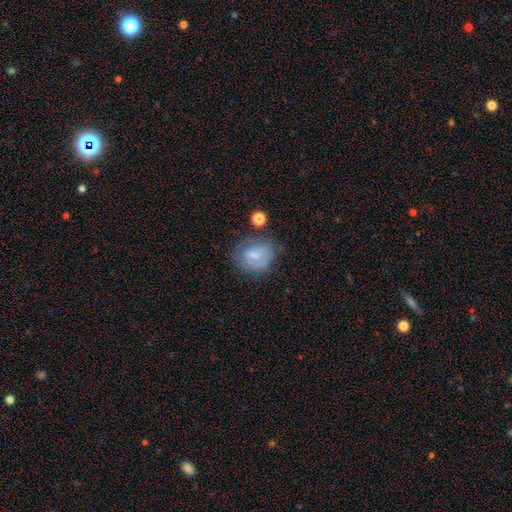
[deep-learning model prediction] The model was most divided on "smooth or featured": featured or disk: 46%, smooth: 45%, star or artifact: 9%. More confident: merging — none (54%).